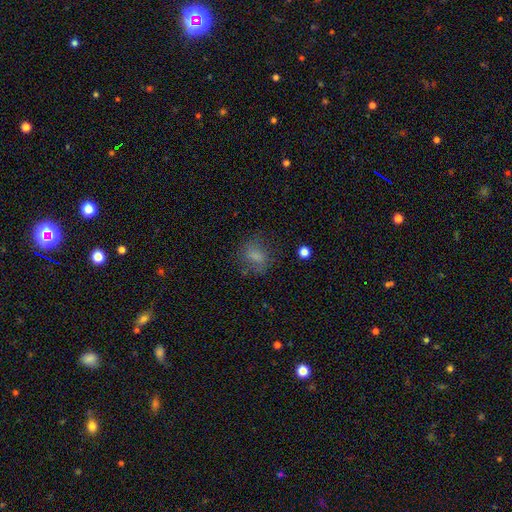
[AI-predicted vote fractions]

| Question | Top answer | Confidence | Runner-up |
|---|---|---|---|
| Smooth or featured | smooth | 71% | featured or disk (15%) |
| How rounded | in between | 50% | round (48%) |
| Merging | none | 66% | minor disturbance (19%) |